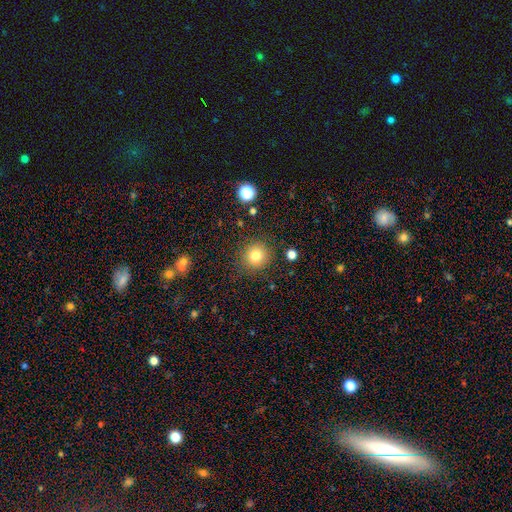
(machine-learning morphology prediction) The model was most divided on "smooth or featured": smooth: 80%, star or artifact: 12%, featured or disk: 8%. More confident: how rounded — round (92%); merging — none (86%).